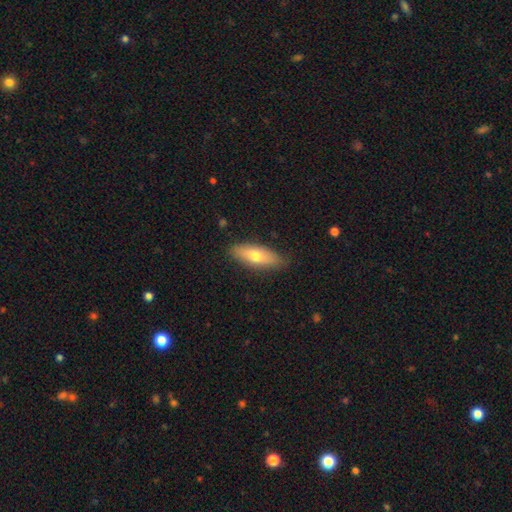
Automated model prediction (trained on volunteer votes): This is likely a smooth galaxy (66%). How rounded: likely in between (62%). Merging: clearly none (86%).